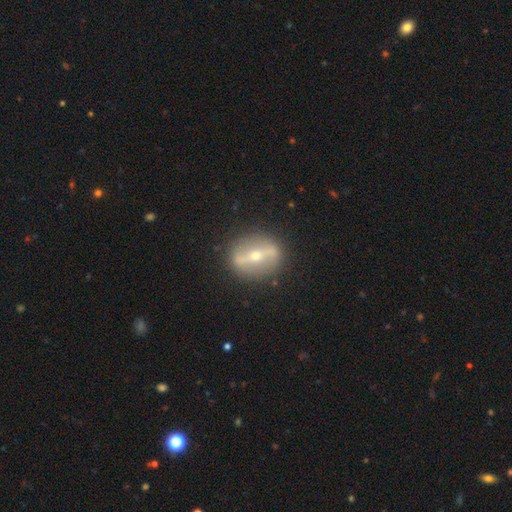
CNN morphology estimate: type=featured or disk (75%); edge-on=no (71%); bar=strong (81%); spiral arms=no (78%); bulge=small (53%); merging=none (87%).